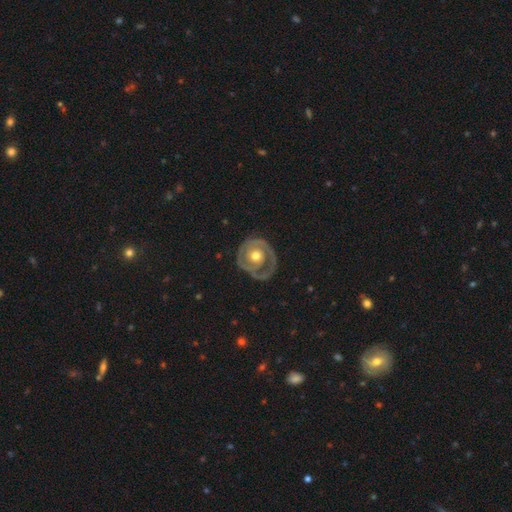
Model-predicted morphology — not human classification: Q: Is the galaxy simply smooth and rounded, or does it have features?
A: featured or disk — 74%.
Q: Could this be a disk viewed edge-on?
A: no — 97%.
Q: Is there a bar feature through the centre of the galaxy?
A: no — 83%.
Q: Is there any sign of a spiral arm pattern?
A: yes — 67%.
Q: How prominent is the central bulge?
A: moderate — 73%.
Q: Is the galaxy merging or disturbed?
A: none — 61%.